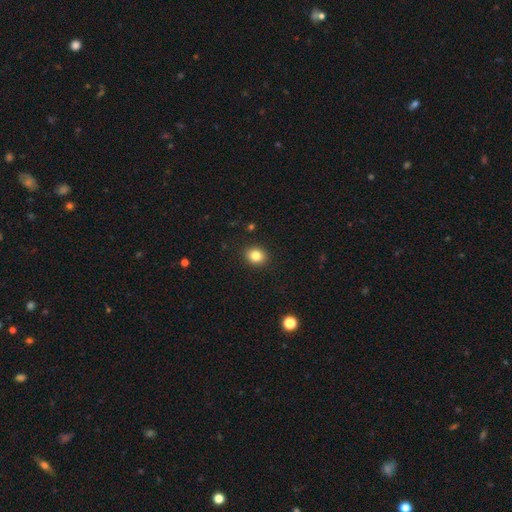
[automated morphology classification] A smooth galaxy with no disk features (83%) that is round (62%).

Vote fractions:
- Smooth or featured? smooth: 83% / star or artifact: 11% / featured or disk: 6%
- How rounded? round: 62% / in between: 37% / cigar-shaped: 1%
- Merging? none: 91% / minor disturbance: 6% / major disturbance: 2% / merger: 1%